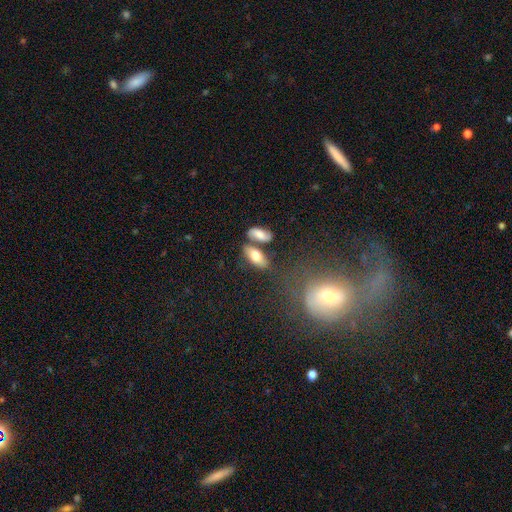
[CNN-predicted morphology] Smooth or featured? smooth (74%)
How rounded? in between (80%)
Merging? none (62%)